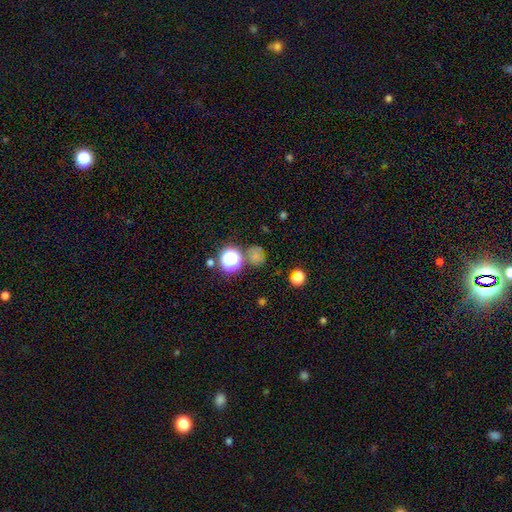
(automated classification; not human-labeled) Smooth or featured?
  - smooth: 64% *
  - star or artifact: 28%
  - featured or disk: 8%
How rounded?
  - round: 81% *
  - in between: 18%
  - cigar-shaped: 1%
Merging?
  - none: 68% *
  - minor disturbance: 14%
  - merger: 11%
  - major disturbance: 7%